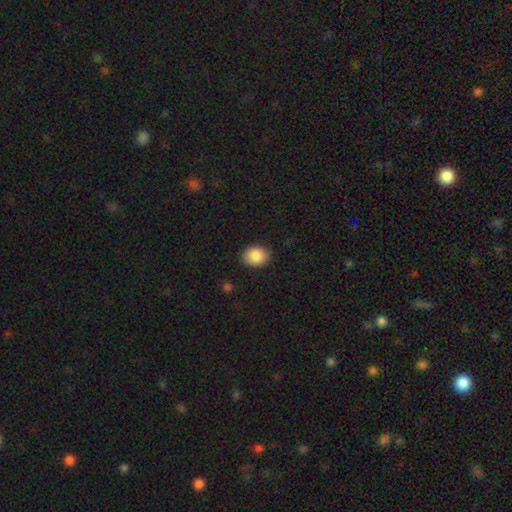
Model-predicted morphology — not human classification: Smooth or featured? Predicted: smooth (p=0.88). How rounded? Predicted: round (p=0.50). Merging? Predicted: none (p=0.88).